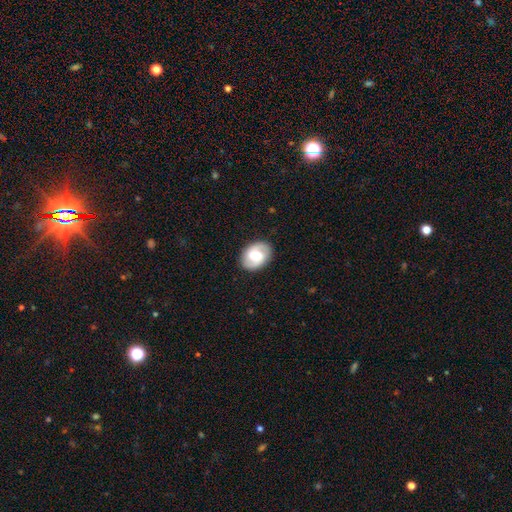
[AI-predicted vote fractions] This is likely a featured or disk galaxy (63%). It is clearly not viewed edge-on (96%). Bar: marginally weak (44%). Spiral arm pattern: likely yes (75%). Central bulge: likely moderate (65%). Merging: clearly none (87%).